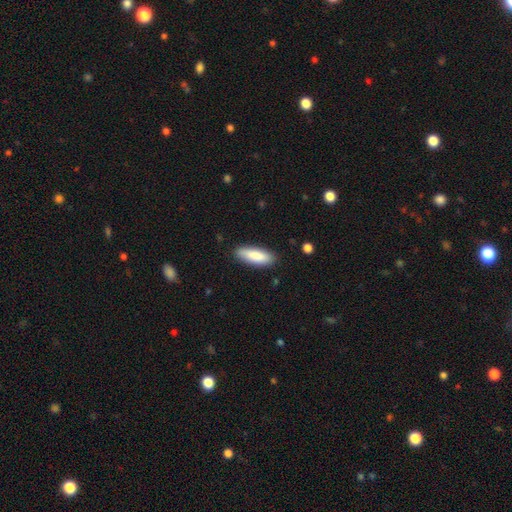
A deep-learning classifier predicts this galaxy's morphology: This is clearly a smooth galaxy (86%). How rounded: likely in between (62%). Merging: clearly none (86%).